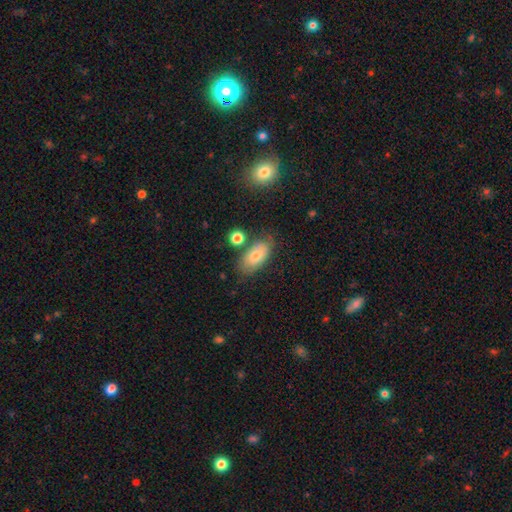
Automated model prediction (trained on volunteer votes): smooth_or_featured: smooth (p=0.73) [alt: featured or disk p=0.19]
how_rounded: in between (p=0.90) [alt: cigar-shaped p=0.05]
merging: none (p=0.70) [alt: minor disturbance p=0.18]